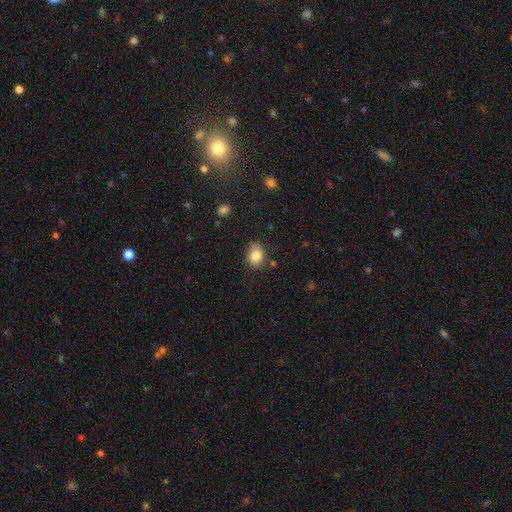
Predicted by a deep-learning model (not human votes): The model was most divided on "how rounded": in between: 53%, round: 46%, cigar-shaped: 1%. More confident: smooth or featured — smooth (82%); merging — none (69%).